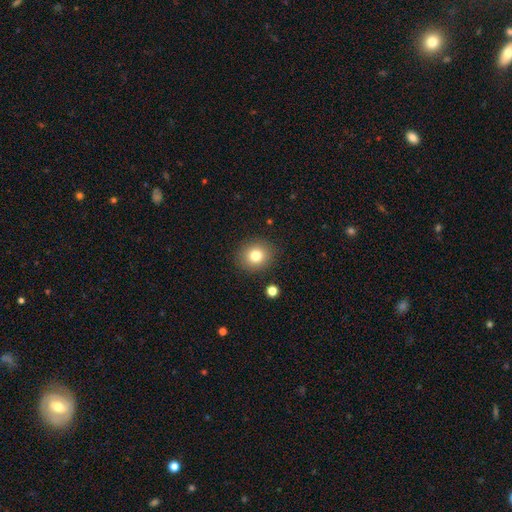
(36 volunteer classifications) smooth_or_featured: smooth (p=0.86) [alt: featured or disk p=0.08]
how_rounded: round (p=0.81) [alt: in between p=0.16]
merging: none (p=0.91) [alt: merger p=0.06]